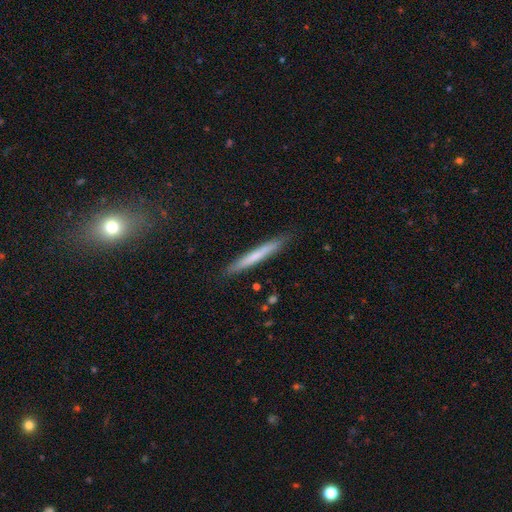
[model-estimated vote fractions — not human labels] Smooth or featured: smooth — 60% (featured or disk — 34%)
How rounded: cigar-shaped — 96% (in between — 2%)
Merging: none — 89% (minor disturbance — 9%)